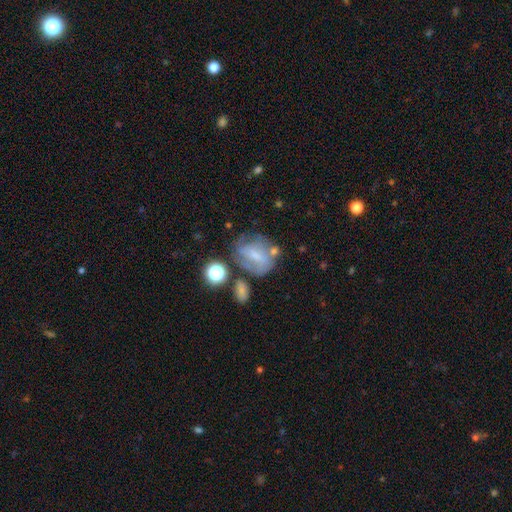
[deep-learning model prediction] Q: Smooth or featured?
A: featured or disk (51%); runner-up: smooth (37%)
Q: Edge-on disk?
A: no (96%); runner-up: yes (4%)
Q: Merging?
A: none (45%); runner-up: minor disturbance (23%)